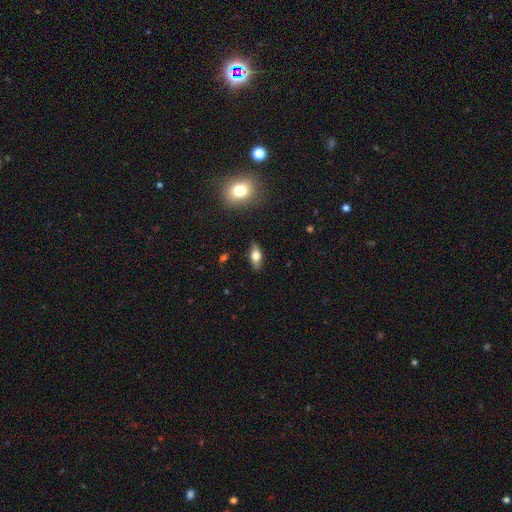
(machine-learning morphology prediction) Overall: smooth (66%; featured or disk 26%). How rounded: in between (80%). Merging: none (84%).